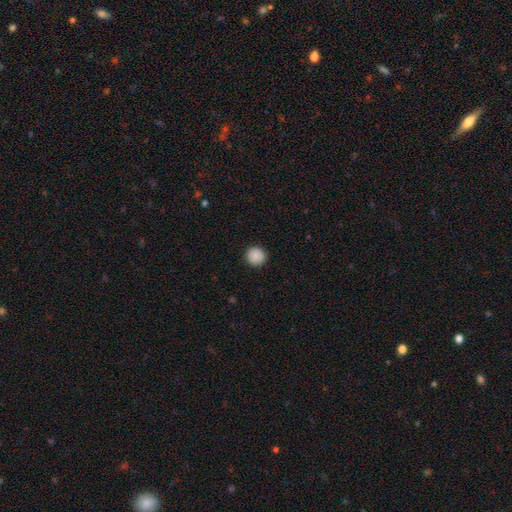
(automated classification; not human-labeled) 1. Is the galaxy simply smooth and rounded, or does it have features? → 89% smooth, 8% star or artifact, 3% featured or disk.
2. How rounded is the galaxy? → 94% round, 5% in between, 1% cigar-shaped.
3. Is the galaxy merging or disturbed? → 91% none, 6% minor disturbance, 2% major disturbance, 1% merger.